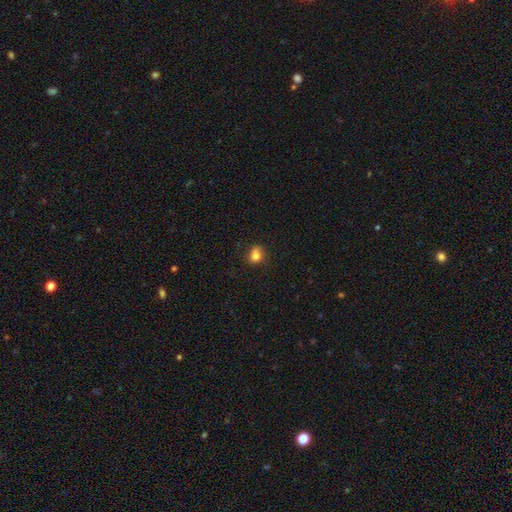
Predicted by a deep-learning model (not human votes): This appears to be a smooth galaxy with no disk features (79%) that is round (50%). Merging: none (64%).